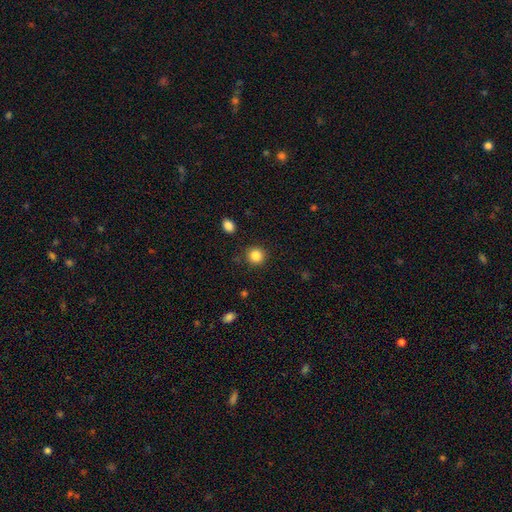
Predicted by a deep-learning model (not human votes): Smooth or featured: smooth — 84% (star or artifact — 11%)
How rounded: round — 92% (in between — 7%)
Merging: none — 89% (minor disturbance — 7%)